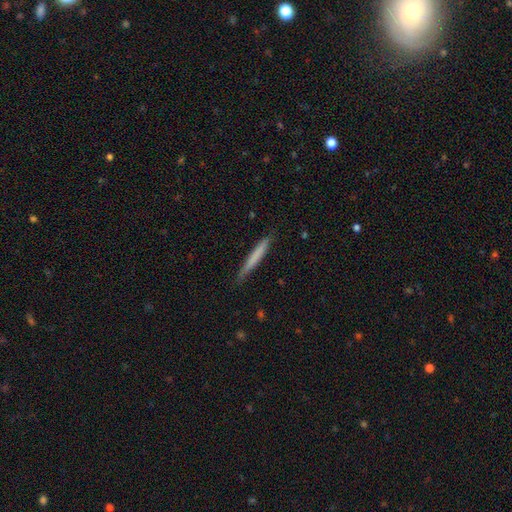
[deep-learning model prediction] smooth 68%, featured or disk 26%, star or artifact 6%. Down the decision tree: how rounded — cigar-shaped (96%); merging — none (86%).